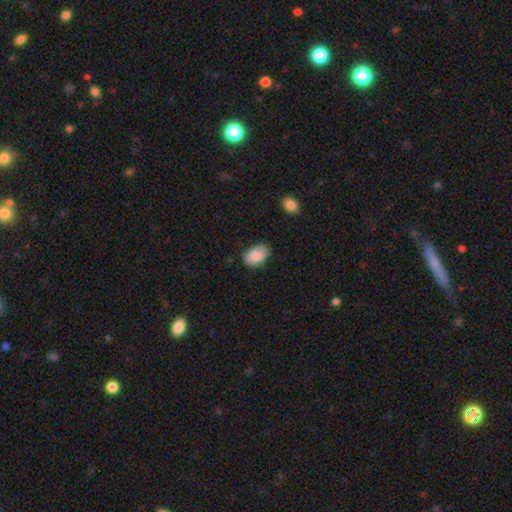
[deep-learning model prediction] Q: Smooth or featured?
A: smooth (87%); runner-up: star or artifact (7%)
Q: How rounded?
A: in between (87%); runner-up: round (12%)
Q: Merging?
A: none (73%); runner-up: minor disturbance (21%)